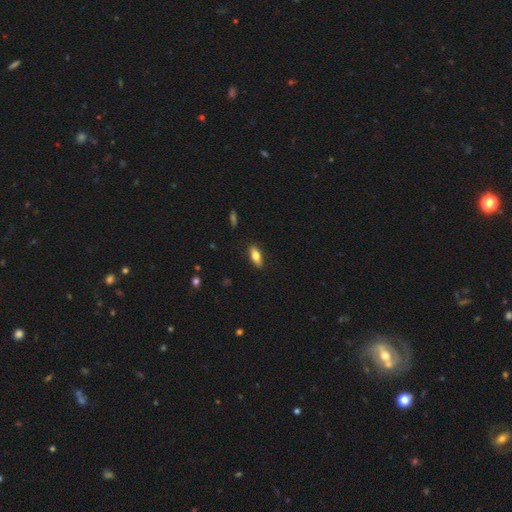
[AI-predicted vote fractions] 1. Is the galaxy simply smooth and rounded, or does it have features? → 70% smooth, 23% featured or disk, 7% star or artifact.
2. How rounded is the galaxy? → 74% in between, 23% cigar-shaped, 3% round.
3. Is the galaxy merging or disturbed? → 88% none, 9% minor disturbance, 2% major disturbance, 1% merger.